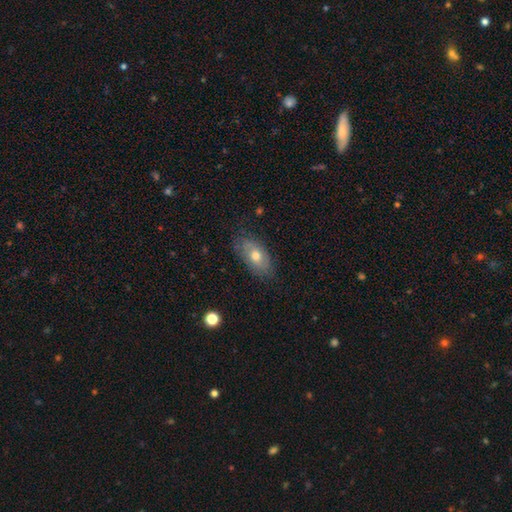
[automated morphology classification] smooth_or_featured: smooth (p=0.50) [alt: featured or disk p=0.41]
how_rounded: in between (p=0.90) [alt: round p=0.06]
merging: none (p=0.75) [alt: minor disturbance p=0.19]